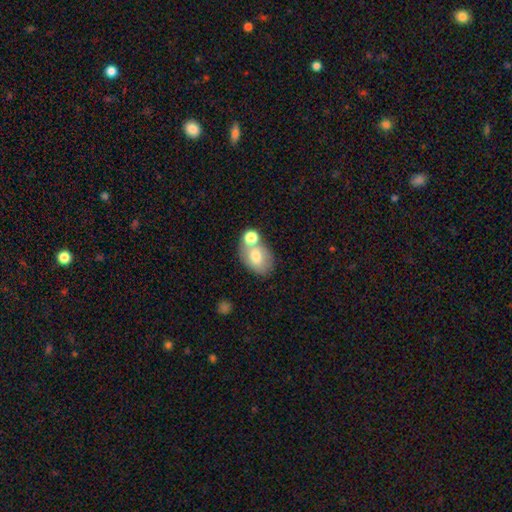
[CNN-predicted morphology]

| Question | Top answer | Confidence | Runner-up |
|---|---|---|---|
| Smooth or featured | smooth | 70% | featured or disk (21%) |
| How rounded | in between | 79% | round (20%) |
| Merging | none | 47% | merger (34%) |